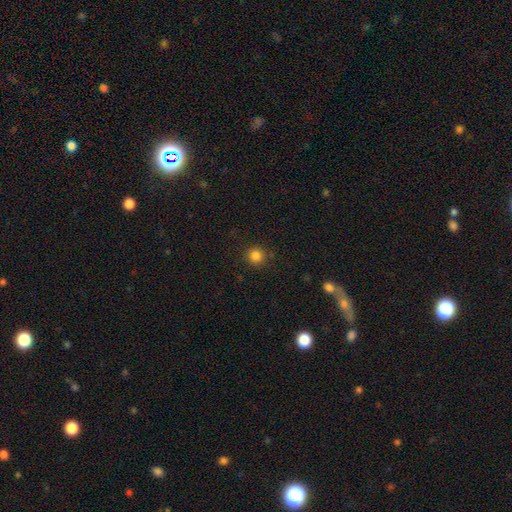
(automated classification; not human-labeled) smooth-or-featured: smooth: 83% | star or artifact: 12% | featured or disk: 4%
  how-rounded: round: 94% | in between: 5% | cigar-shaped: 1%
  merging: none: 90% | minor disturbance: 7% | major disturbance: 2% | merger: 1%